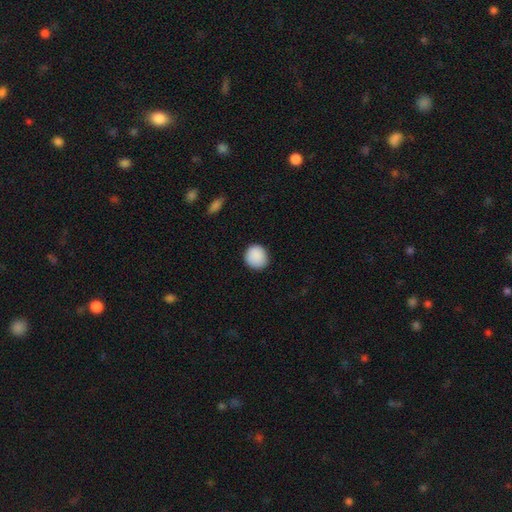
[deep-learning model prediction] Morphology: type=smooth (90%); roundness=round (88%); merging=none (88%).